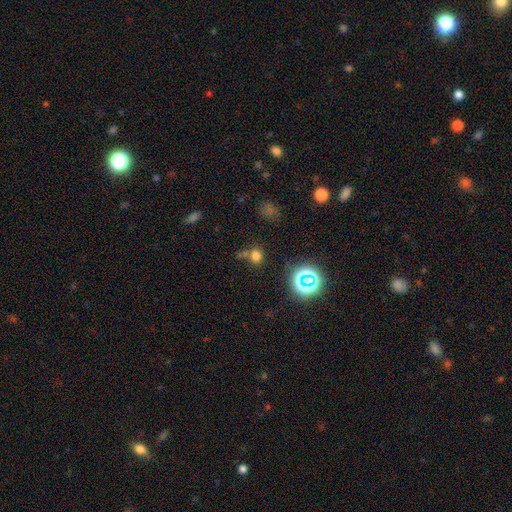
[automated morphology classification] Smooth or featured: smooth — 68% (star or artifact — 25%)
How rounded: round — 75% (in between — 23%)
Merging: none — 62% (merger — 21%)